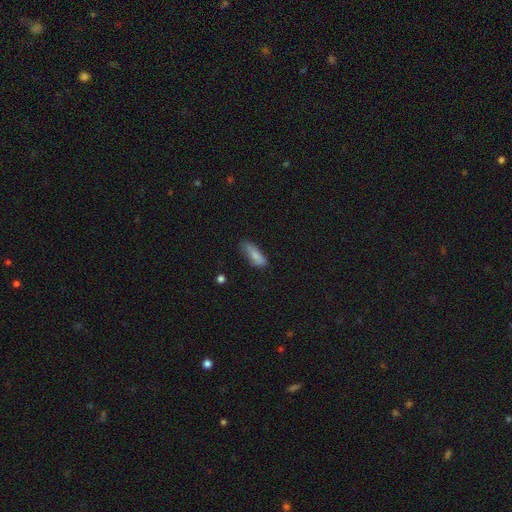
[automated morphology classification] Smooth or featured?
  - smooth: 81% *
  - featured or disk: 12%
  - star or artifact: 7%
How rounded?
  - in between: 58% *
  - cigar-shaped: 40%
  - round: 2%
Merging?
  - none: 61% *
  - minor disturbance: 29%
  - major disturbance: 8%
  - merger: 2%